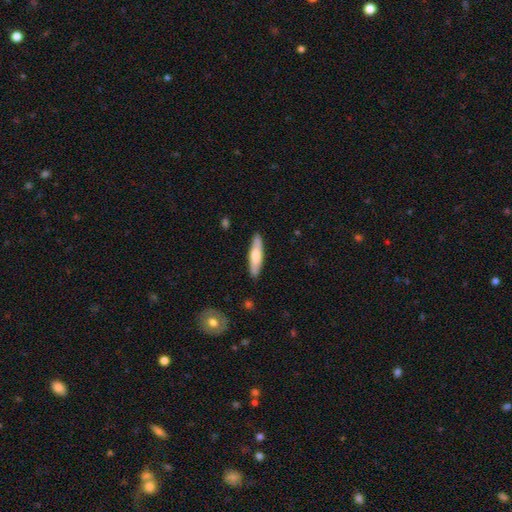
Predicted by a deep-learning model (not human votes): Morphology: type=smooth (66%); roundness=cigar-shaped (79%); merging=none (88%).